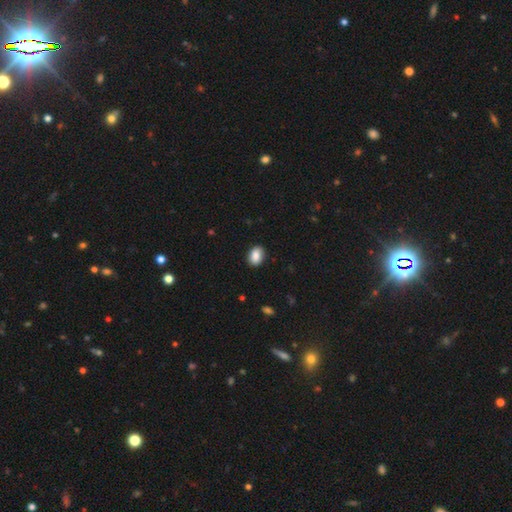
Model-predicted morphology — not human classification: smooth_or_featured: smooth (p=0.87) [alt: star or artifact p=0.08]
how_rounded: in between (p=0.77) [alt: round p=0.22]
merging: none (p=0.89) [alt: minor disturbance p=0.08]